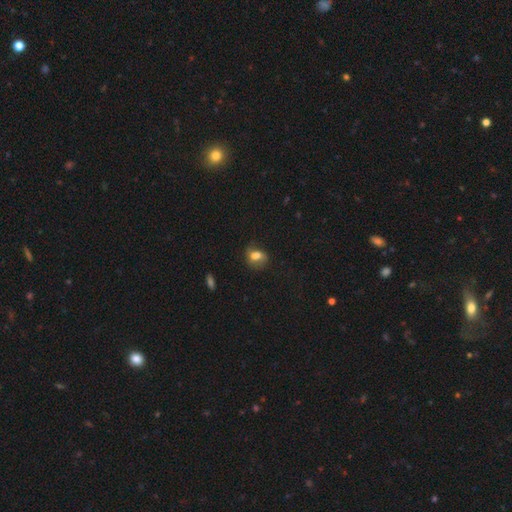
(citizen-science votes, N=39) smooth 69%, featured or disk 21%, star or artifact 10%. Down the decision tree: how rounded — in between (81%); merging — minor disturbance (43%).